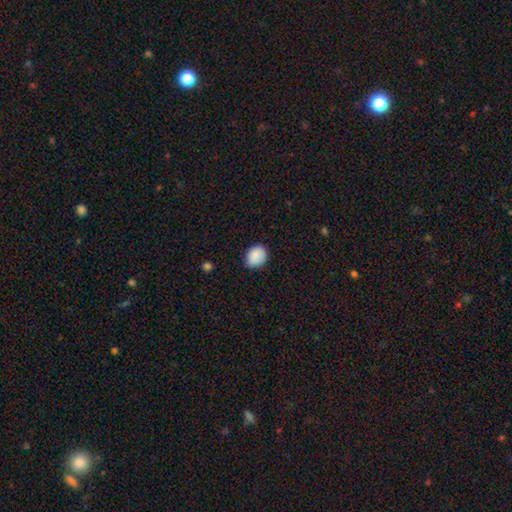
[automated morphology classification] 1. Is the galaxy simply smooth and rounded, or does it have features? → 87% smooth, 8% star or artifact, 6% featured or disk.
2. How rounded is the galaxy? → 50% round, 49% in between, 1% cigar-shaped.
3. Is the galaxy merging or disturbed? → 77% none, 19% minor disturbance, 3% major disturbance, 1% merger.